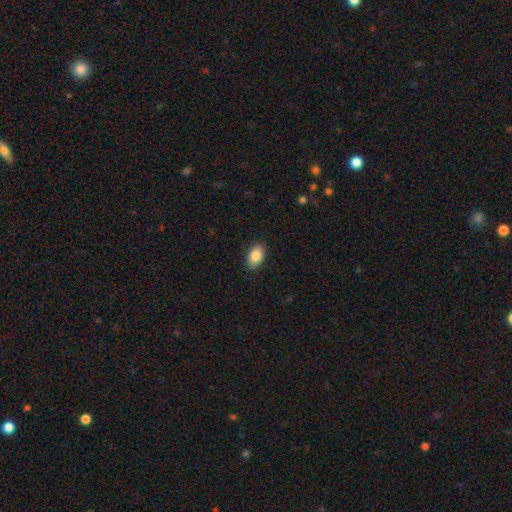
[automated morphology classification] Smooth or featured: smooth — 85% (featured or disk — 7%)
How rounded: in between — 92% (round — 6%)
Merging: none — 89% (minor disturbance — 9%)